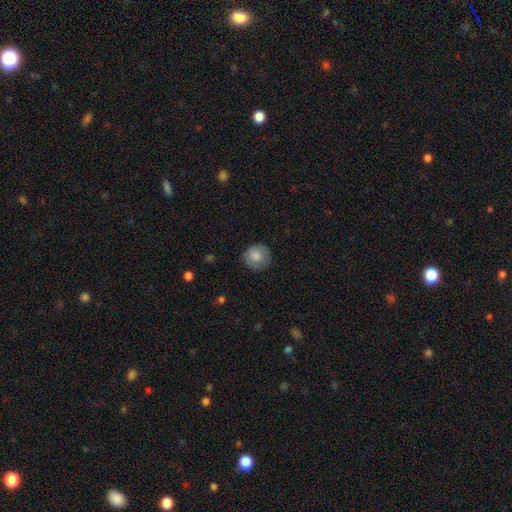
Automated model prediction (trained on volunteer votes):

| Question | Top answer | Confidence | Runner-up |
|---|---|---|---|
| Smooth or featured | smooth | 82% | featured or disk (11%) |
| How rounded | round | 91% | in between (8%) |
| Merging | none | 79% | minor disturbance (15%) |